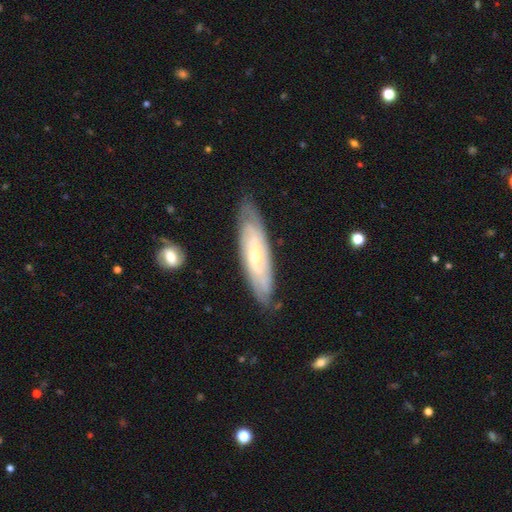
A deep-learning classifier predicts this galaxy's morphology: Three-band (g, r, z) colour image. It shows a featured or disk galaxy (76%) with no bar (50%), tight (65%) spiral arms (91%) and a small central bulge (59%). Merging: none (80%).